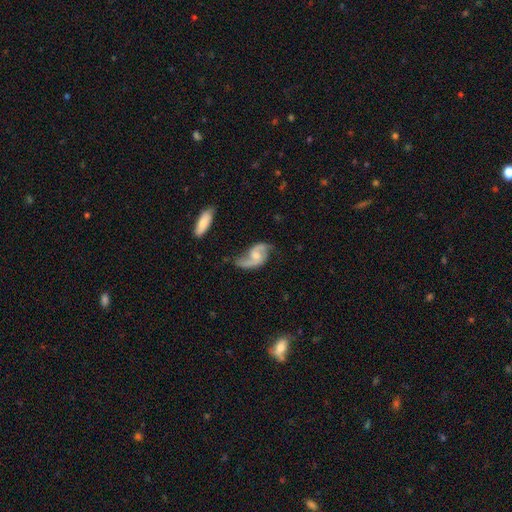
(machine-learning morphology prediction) This appears to be a featured or disk galaxy (86%) with no bar (48%), 2 (89%) loose (60%) spiral arms (96%) and a moderate central bulge (41%). Merging: none (57%).